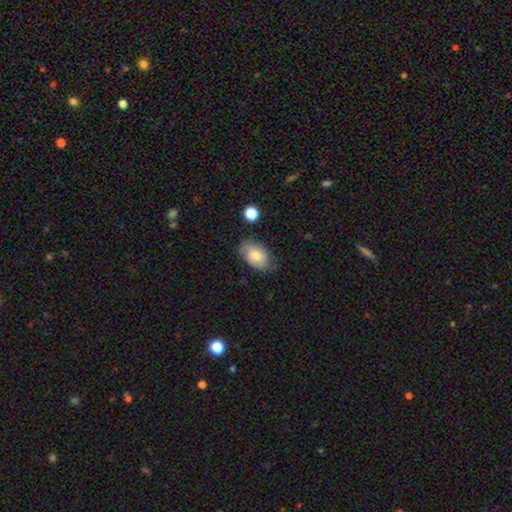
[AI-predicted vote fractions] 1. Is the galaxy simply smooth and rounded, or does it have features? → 71% smooth, 21% featured or disk, 8% star or artifact.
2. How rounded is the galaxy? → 89% in between, 10% round, 1% cigar-shaped.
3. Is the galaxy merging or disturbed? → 69% none, 23% minor disturbance, 5% major disturbance, 2% merger.